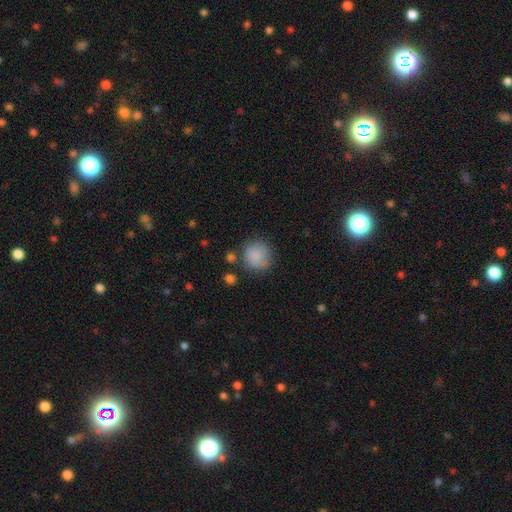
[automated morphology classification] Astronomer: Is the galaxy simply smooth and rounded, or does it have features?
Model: smooth — 85%.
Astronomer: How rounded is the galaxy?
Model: round — 90%.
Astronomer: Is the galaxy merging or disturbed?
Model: none — 74%.